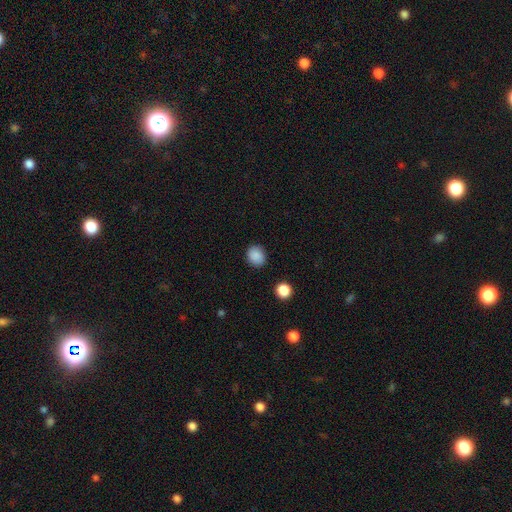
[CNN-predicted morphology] smooth 88%, star or artifact 9%, featured or disk 3%. Down the decision tree: how rounded — round (76%); merging — none (88%).